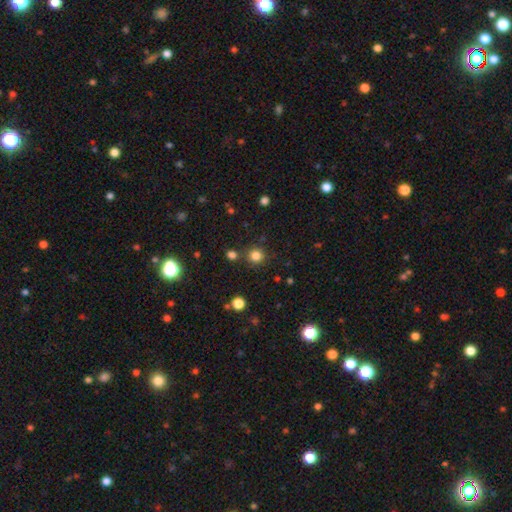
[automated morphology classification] smooth-or-featured: smooth: 81% | star or artifact: 14% | featured or disk: 5%
  how-rounded: round: 92% | in between: 7% | cigar-shaped: 1%
  merging: none: 82% | minor disturbance: 8% | merger: 7% | major disturbance: 3%